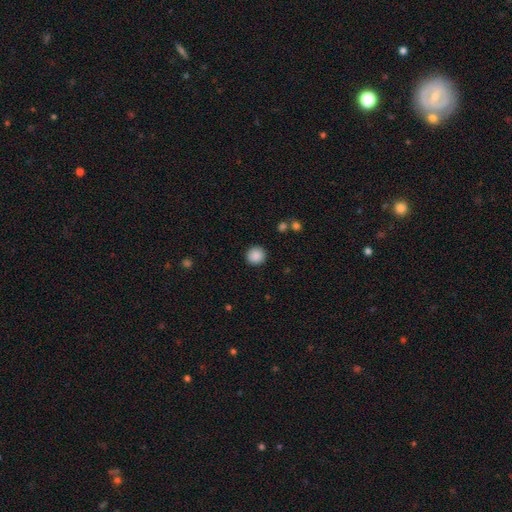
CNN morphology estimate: This is clearly a smooth galaxy (89%). How rounded: clearly round (93%). Merging: clearly none (91%).